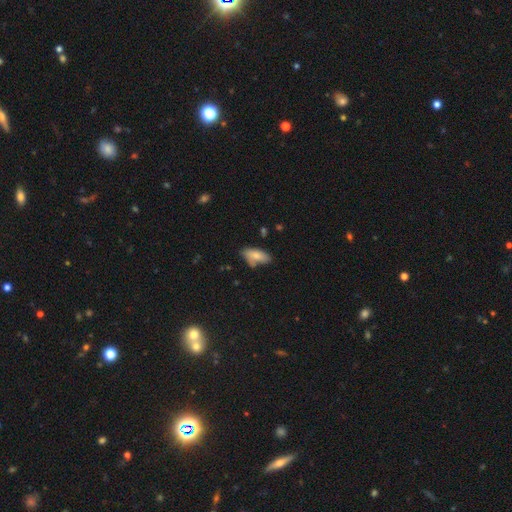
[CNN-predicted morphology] Smooth or featured?
  - smooth: 75% *
  - featured or disk: 17%
  - star or artifact: 7%
How rounded?
  - in between: 88% *
  - cigar-shaped: 10%
  - round: 3%
Merging?
  - none: 57% *
  - minor disturbance: 29%
  - merger: 7%
  - major disturbance: 6%